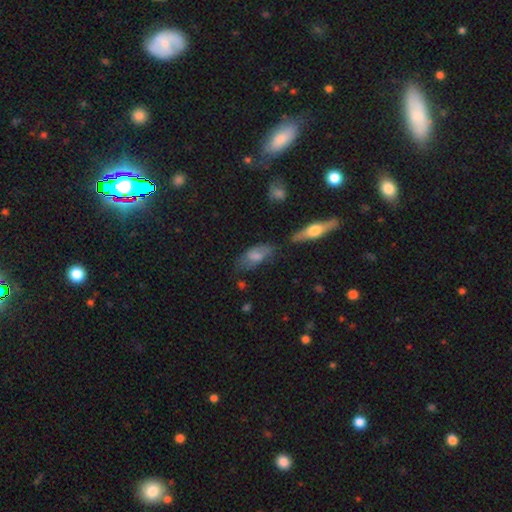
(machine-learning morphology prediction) smooth 66%, featured or disk 26%, star or artifact 8%. Down the decision tree: how rounded — in between (88%); merging — none (52%).